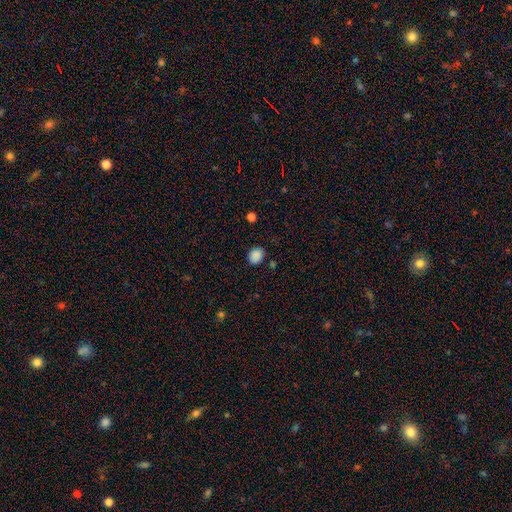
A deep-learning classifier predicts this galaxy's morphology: smooth 86%, star or artifact 10%, featured or disk 4%. Down the decision tree: how rounded — round (64%); merging — none (80%).